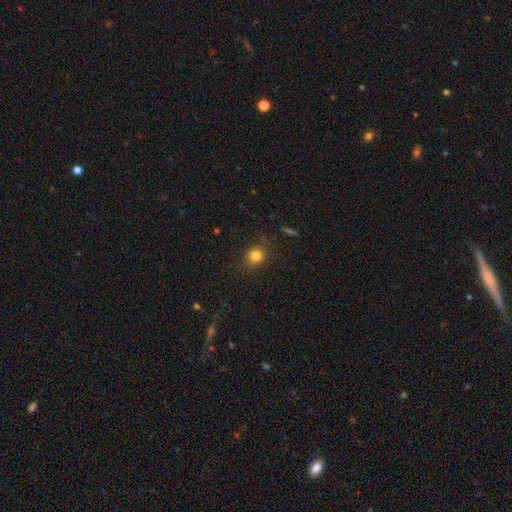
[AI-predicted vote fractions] smooth_or_featured: smooth (p=0.81) [alt: star or artifact p=0.13]
how_rounded: round (p=0.83) [alt: in between p=0.16]
merging: none (p=0.81) [alt: minor disturbance p=0.13]